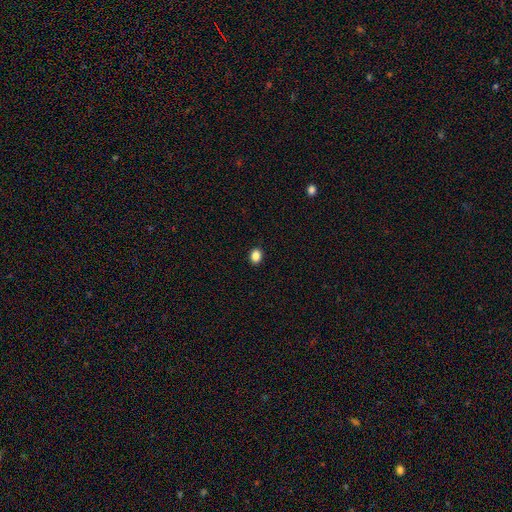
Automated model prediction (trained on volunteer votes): Q: Smooth or featured?
A: smooth (87%); runner-up: star or artifact (10%)
Q: How rounded?
A: in between (63%); runner-up: round (36%)
Q: Merging?
A: none (91%); runner-up: minor disturbance (6%)